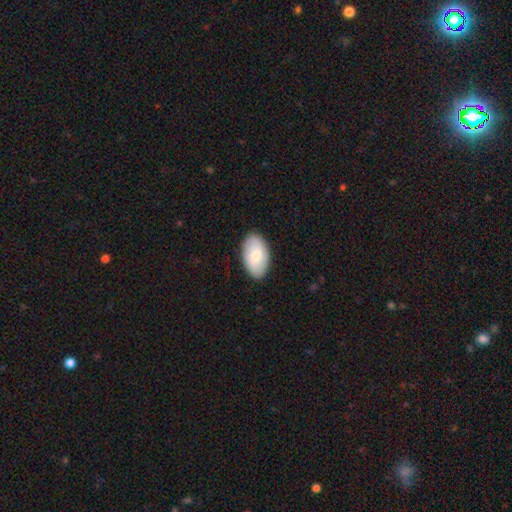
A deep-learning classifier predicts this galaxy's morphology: Smooth or featured? smooth (71%)
How rounded? in between (94%)
Merging? none (87%)